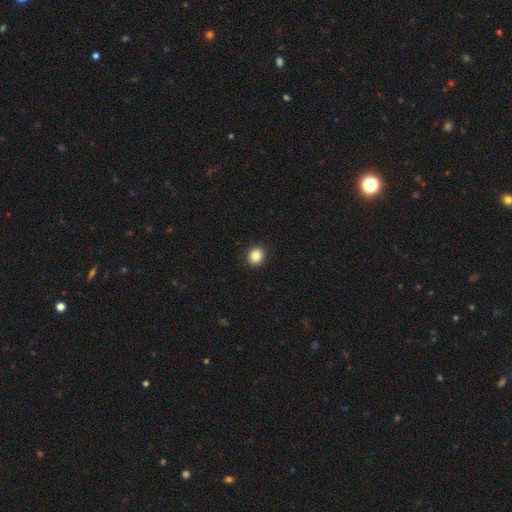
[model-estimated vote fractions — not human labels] smooth-or-featured: smooth: 85% | star or artifact: 10% | featured or disk: 5%
  how-rounded: round: 82% | in between: 17% | cigar-shaped: 1%
  merging: none: 91% | minor disturbance: 6% | major disturbance: 2% | merger: 1%